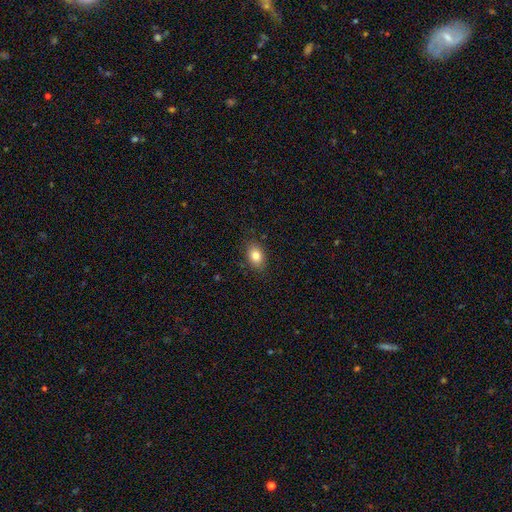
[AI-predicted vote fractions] Morphology: type=smooth (82%); roundness=in between (79%); merging=none (86%).